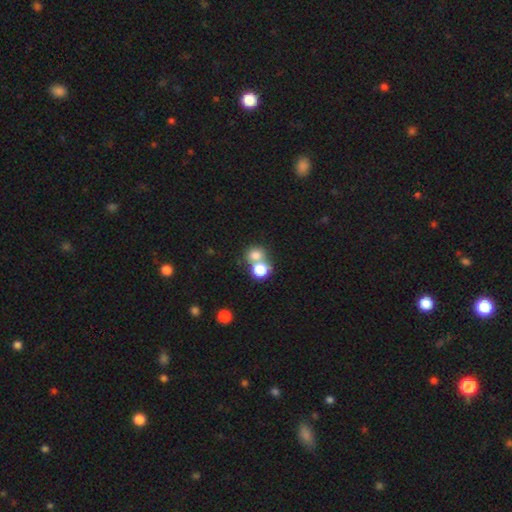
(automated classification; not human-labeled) Smooth or featured: smooth — 76% (star or artifact — 14%)
How rounded: round — 76% (in between — 23%)
Merging: merger — 47% (none — 43%)